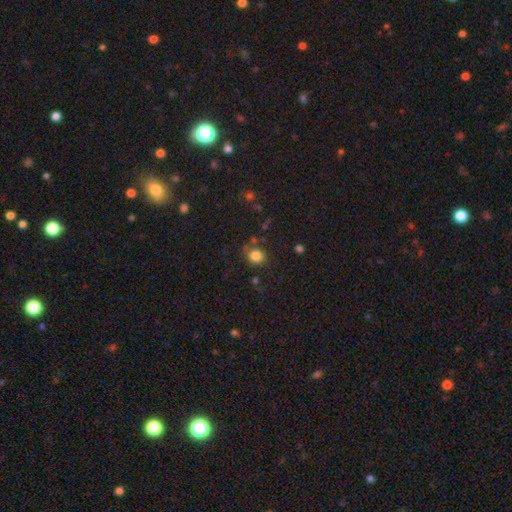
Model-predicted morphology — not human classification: Overall: smooth (82%). How rounded: round (81%). Merging: none (76%).